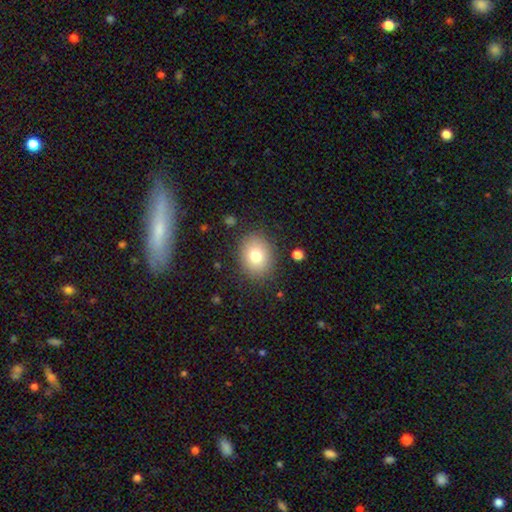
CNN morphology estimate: This appears to be a smooth galaxy with no disk features (77%) that is in between round and cigar-shaped (50%). Merging: none (85%).